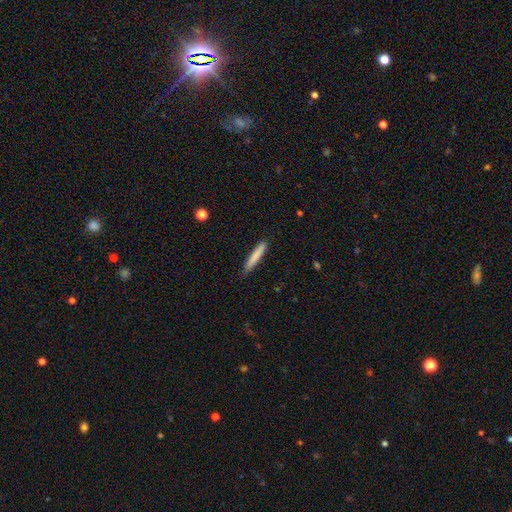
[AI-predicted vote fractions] Overall: smooth (82%). How rounded: cigar-shaped (92%). Merging: none (84%).